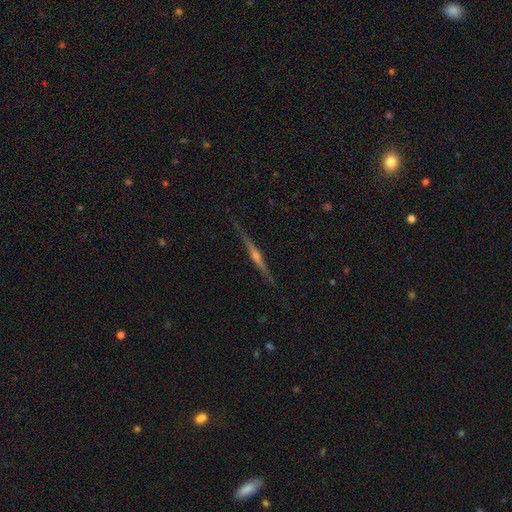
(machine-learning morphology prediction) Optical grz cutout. It shows a featured or disk galaxy (83%) viewed edge-on (98%) with a rounded central bulge (84%). Merging: none (89%).